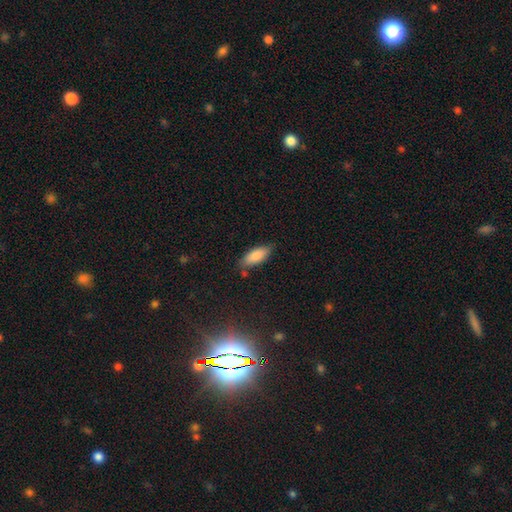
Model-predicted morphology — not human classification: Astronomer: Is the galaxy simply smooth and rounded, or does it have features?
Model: smooth — 85%.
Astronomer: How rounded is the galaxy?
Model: in between — 77%.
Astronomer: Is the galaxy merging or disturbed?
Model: none — 76%.